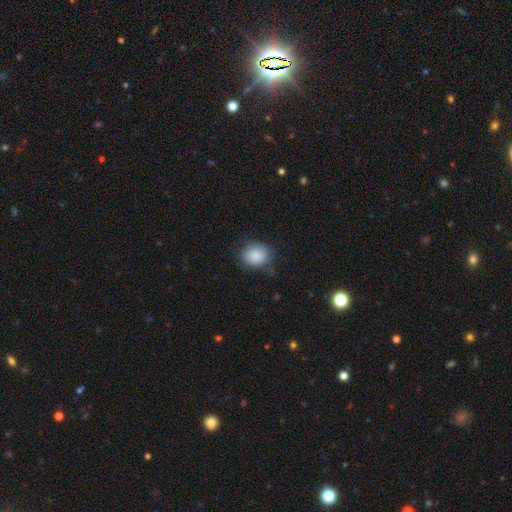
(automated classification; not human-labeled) A smooth galaxy with no disk features (86%) that is round (58%). Merging: none (69%).